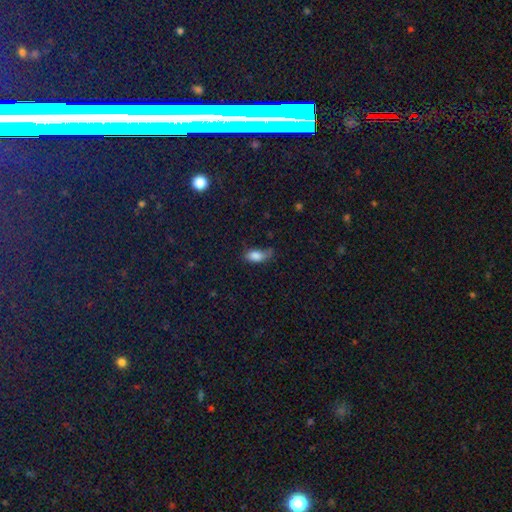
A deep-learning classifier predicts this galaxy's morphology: Overall: smooth (82%). How rounded: in between (88%). Merging: none (44%; minor disturbance 36%).